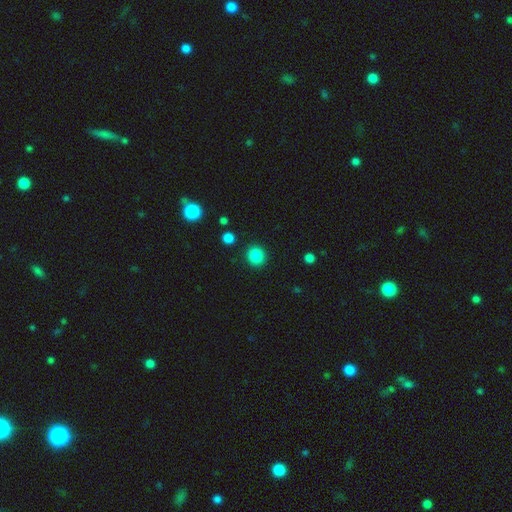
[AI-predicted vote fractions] Smooth or featured?
  - smooth: 87% *
  - star or artifact: 10%
  - featured or disk: 4%
How rounded?
  - round: 86% *
  - in between: 13%
  - cigar-shaped: 1%
Merging?
  - none: 90% *
  - minor disturbance: 6%
  - major disturbance: 2%
  - merger: 2%